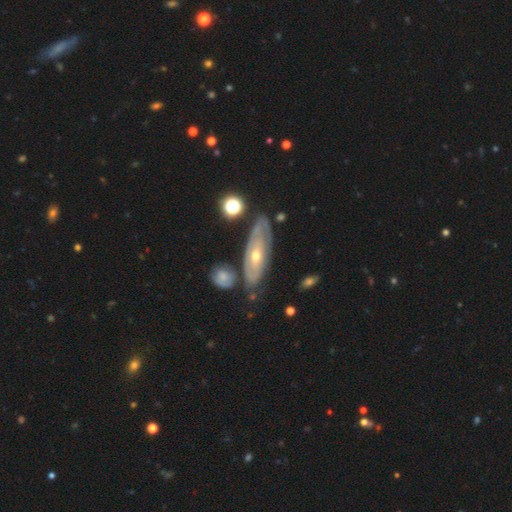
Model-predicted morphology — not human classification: This is likely a featured or disk galaxy (74%). It is likely not viewed edge-on (78%). Bar: likely no (77%). Spiral arm pattern: likely yes (65%). Central bulge: possibly small (50%). Merging: likely none (71%).